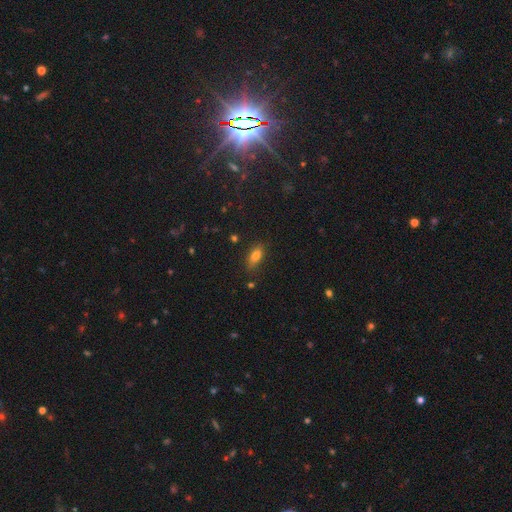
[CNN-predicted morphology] type=smooth (77%); roundness=in between (82%); merging=none (78%).